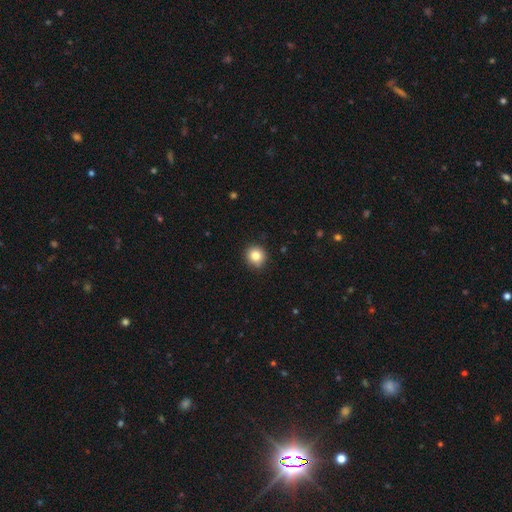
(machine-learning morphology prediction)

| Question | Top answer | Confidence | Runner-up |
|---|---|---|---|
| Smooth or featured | smooth | 83% | star or artifact (10%) |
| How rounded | round | 91% | in between (9%) |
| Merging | none | 89% | minor disturbance (8%) |